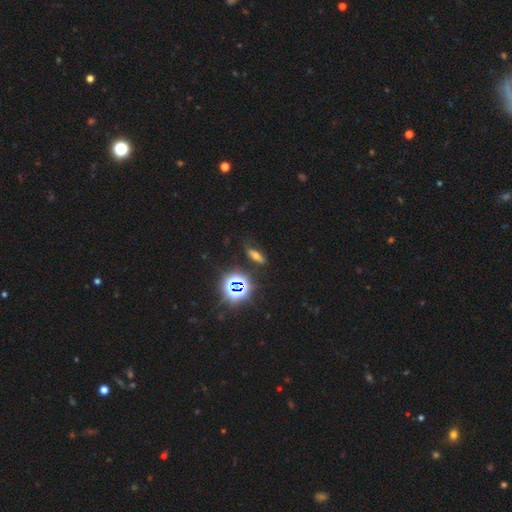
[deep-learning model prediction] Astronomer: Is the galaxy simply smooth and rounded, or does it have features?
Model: smooth — 46% (runner-up: star or artifact, 35%).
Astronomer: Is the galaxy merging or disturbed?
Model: none — 80%.